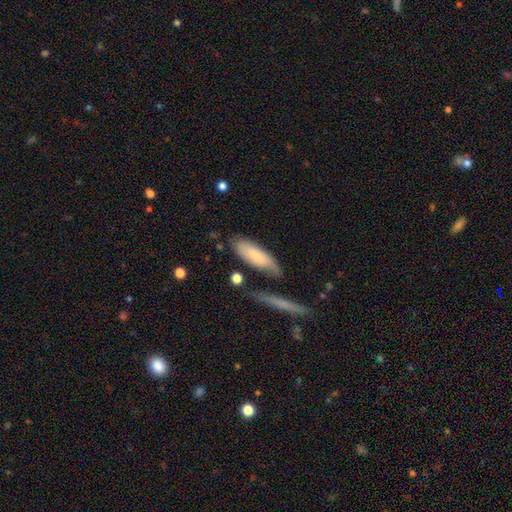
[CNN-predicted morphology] This appears to be a smooth galaxy with no disk features (67%) that is in between round and cigar-shaped (65%). Merging: none (59%).